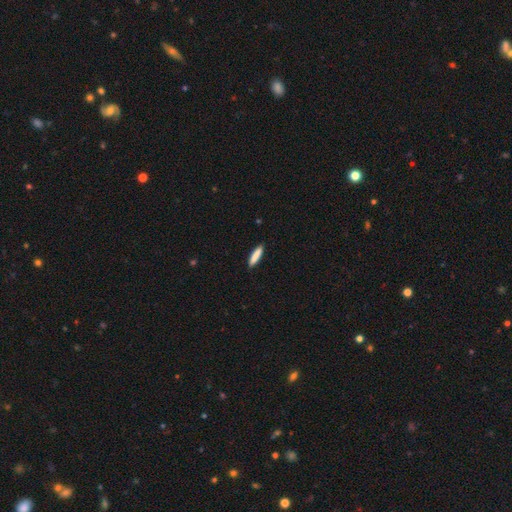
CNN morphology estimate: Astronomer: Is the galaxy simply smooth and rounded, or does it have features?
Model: smooth — 86%.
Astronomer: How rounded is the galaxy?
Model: cigar-shaped — 84%.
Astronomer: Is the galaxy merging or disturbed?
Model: none — 90%.